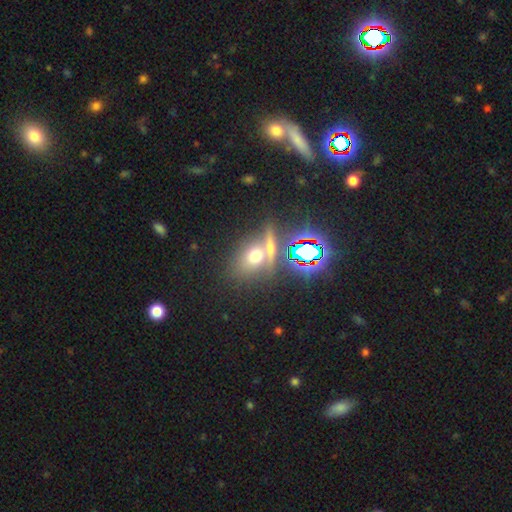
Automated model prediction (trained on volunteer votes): Morphology: type=smooth (53%); roundness=round (51%); merging=none (53%).